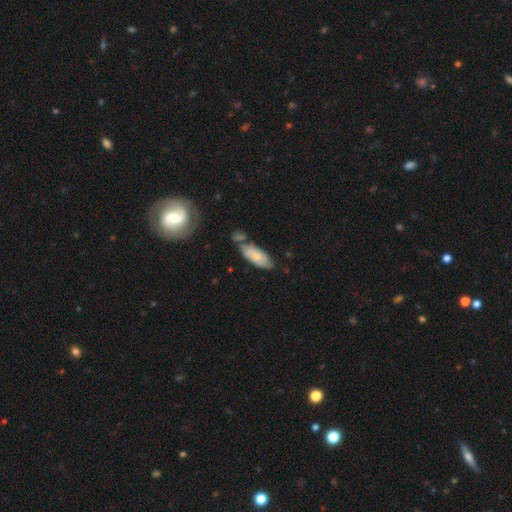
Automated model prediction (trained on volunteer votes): This is possibly a smooth galaxy (60%). How rounded: likely in between (78%). Merging: possibly none (49%).